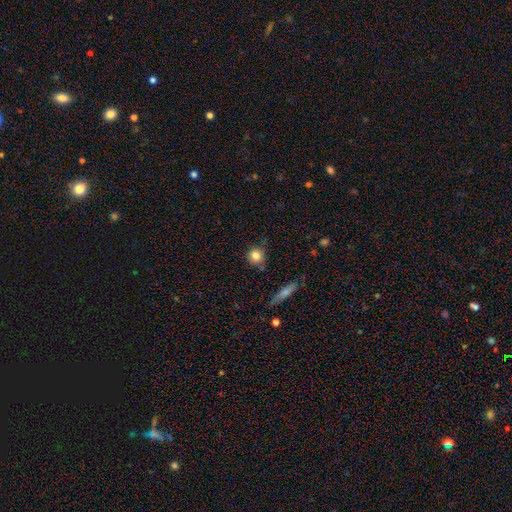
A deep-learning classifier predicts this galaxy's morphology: Smooth or featured? Predicted: smooth (p=0.82). How rounded? Predicted: round (p=0.86). Merging? Predicted: none (p=0.72).